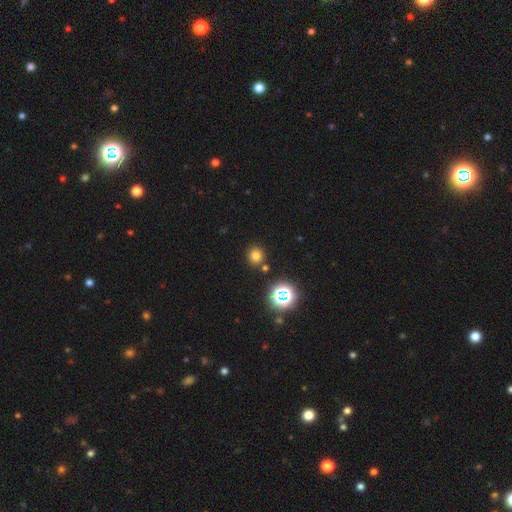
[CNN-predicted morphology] Smooth or featured: smooth — 72% (star or artifact — 21%)
How rounded: round — 88% (in between — 11%)
Merging: none — 83% (minor disturbance — 8%)